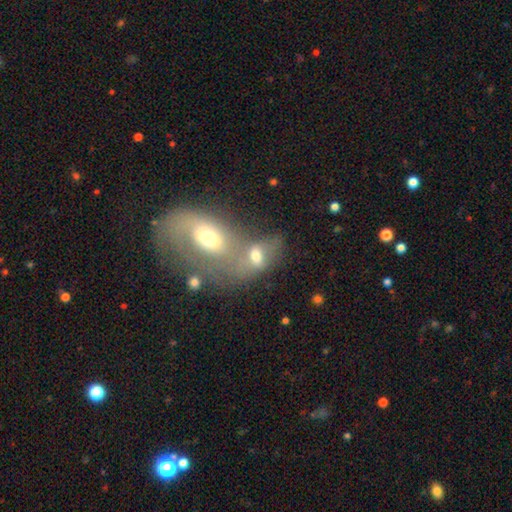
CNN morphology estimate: Smooth or featured: smooth — 56% (featured or disk — 30%)
How rounded: in between — 79% (round — 18%)
Merging: merger — 61% (none — 20%)